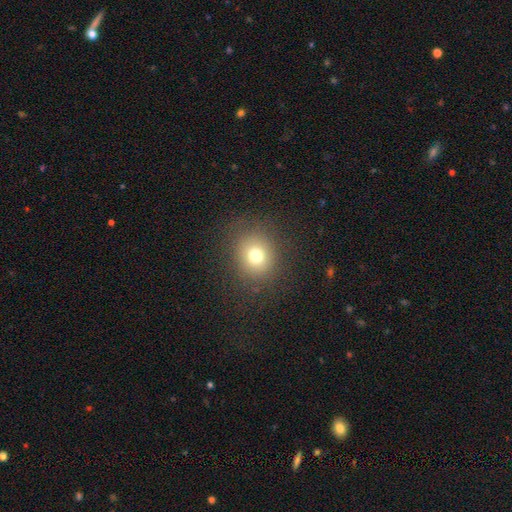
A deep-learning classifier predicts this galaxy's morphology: Smooth or featured: smooth — 75% (star or artifact — 15%)
How rounded: round — 78% (in between — 21%)
Merging: none — 86% (minor disturbance — 8%)